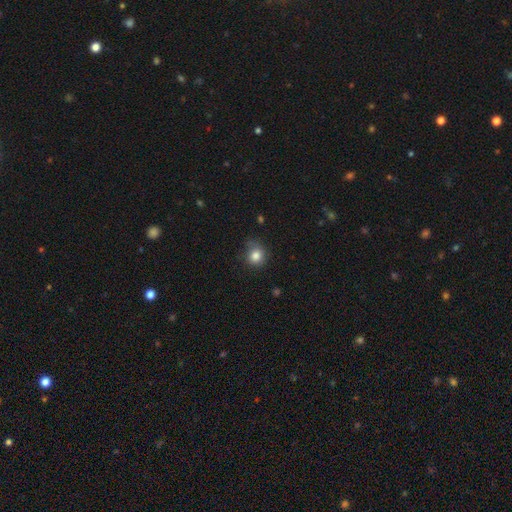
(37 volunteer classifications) Smooth or featured: smooth — 92% (star or artifact — 5%)
How rounded: round — 88% (in between — 12%)
Merging: none — 51% (minor disturbance — 37%)